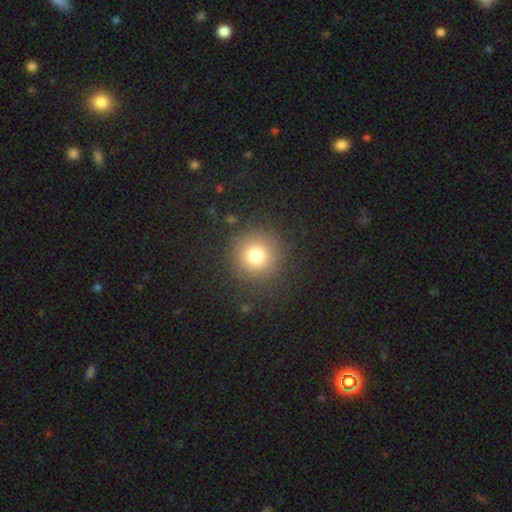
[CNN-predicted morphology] Smooth or featured?
  - smooth: 77% *
  - star or artifact: 14%
  - featured or disk: 9%
How rounded?
  - round: 95% *
  - in between: 4%
  - cigar-shaped: 1%
Merging?
  - none: 88% *
  - minor disturbance: 7%
  - major disturbance: 4%
  - merger: 1%